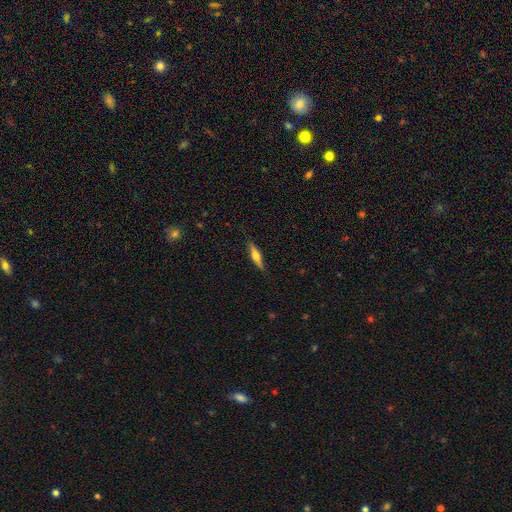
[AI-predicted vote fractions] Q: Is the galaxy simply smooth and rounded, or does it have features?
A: smooth — 47%, tied with featured or disk.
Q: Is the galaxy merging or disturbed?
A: none — 85%.